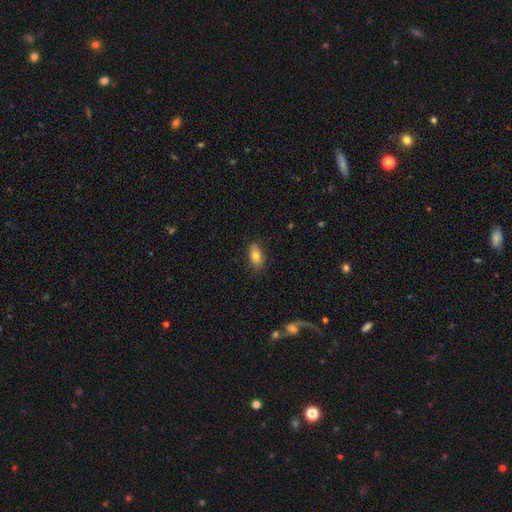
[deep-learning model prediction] Q: Smooth or featured?
A: smooth (77%); runner-up: featured or disk (16%)
Q: How rounded?
A: in between (87%); runner-up: cigar-shaped (7%)
Q: Merging?
A: none (85%); runner-up: minor disturbance (12%)